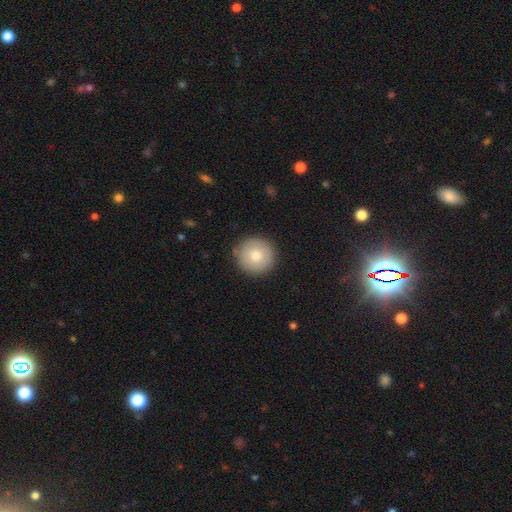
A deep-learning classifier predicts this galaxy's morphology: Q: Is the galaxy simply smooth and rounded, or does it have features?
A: smooth — 77%.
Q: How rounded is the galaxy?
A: round — 96%.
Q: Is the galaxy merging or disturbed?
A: none — 88%.